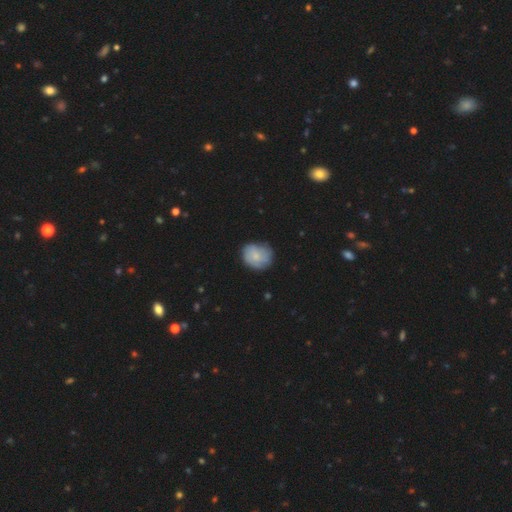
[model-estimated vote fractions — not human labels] Smooth or featured? smooth (67%)
How rounded? round (69%)
Merging? none (71%)